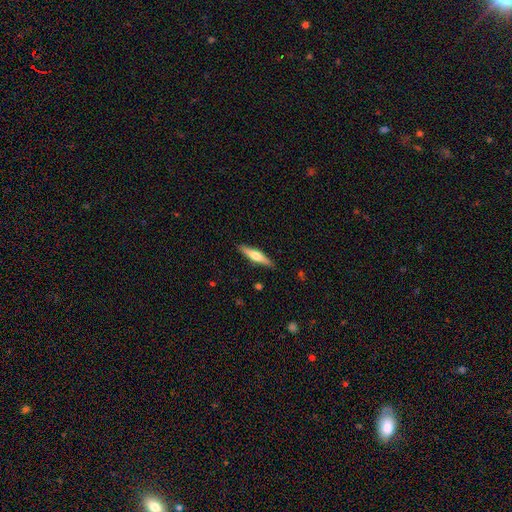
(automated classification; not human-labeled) Smooth or featured?
  - featured or disk: 53% *
  - smooth: 41%
  - star or artifact: 5%
Edge-on disk?
  - yes: 95% *
  - no: 5%
Edge-on bulge?
  - rounded: 91% *
  - boxy: 5%
  - none: 4%
Merging?
  - none: 90% *
  - minor disturbance: 7%
  - major disturbance: 2%
  - merger: 1%